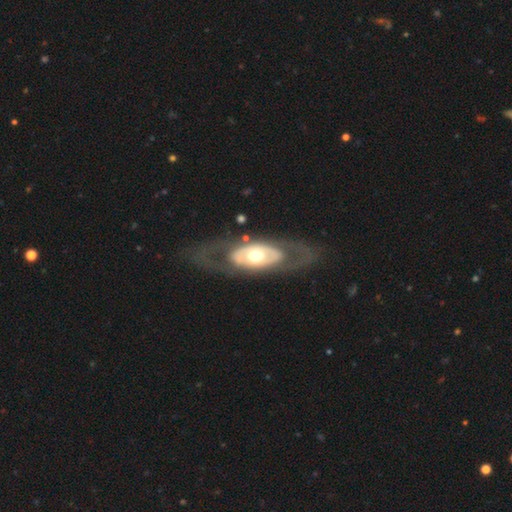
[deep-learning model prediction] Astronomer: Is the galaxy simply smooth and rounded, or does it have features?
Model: featured or disk — 69%.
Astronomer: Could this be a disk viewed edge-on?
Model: no — 86%.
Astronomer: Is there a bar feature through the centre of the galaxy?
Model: no — 83%.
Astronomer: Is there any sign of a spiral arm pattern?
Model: no — 73%.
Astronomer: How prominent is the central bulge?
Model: moderate — 64%.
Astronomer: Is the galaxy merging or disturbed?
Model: none — 71%.